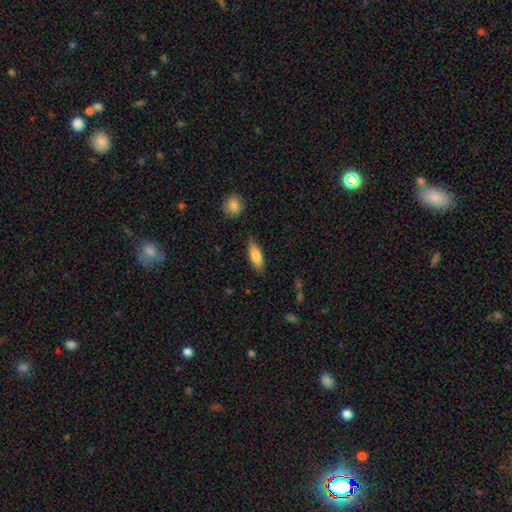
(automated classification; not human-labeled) The model was most divided on "how rounded": in between: 62%, cigar-shaped: 36%, round: 2%. More confident: merging — none (83%); smooth or featured — smooth (79%).